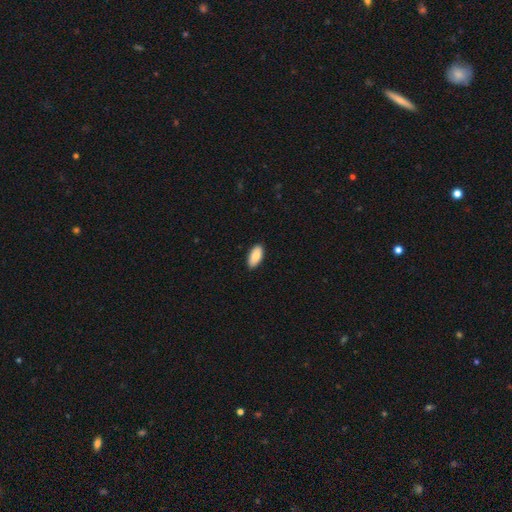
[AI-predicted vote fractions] Smooth or featured: smooth — 85% (featured or disk — 9%)
How rounded: in between — 90% (cigar-shaped — 8%)
Merging: none — 89% (minor disturbance — 8%)